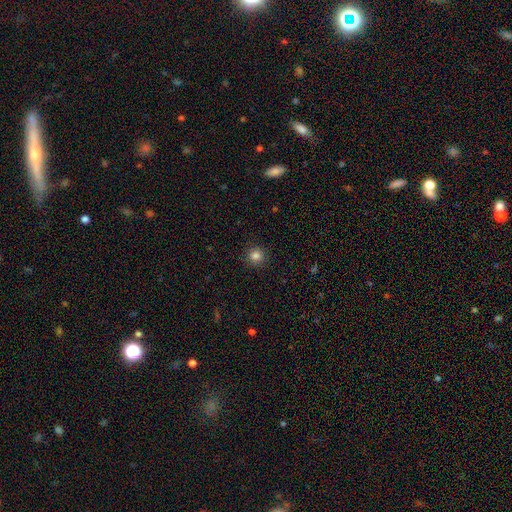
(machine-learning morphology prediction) smooth_or_featured: smooth (p=0.83) [alt: star or artifact p=0.13]
how_rounded: round (p=0.94) [alt: in between p=0.05]
merging: none (p=0.92) [alt: minor disturbance p=0.05]